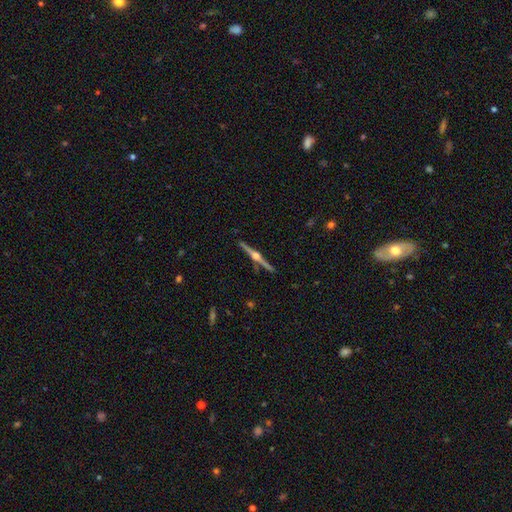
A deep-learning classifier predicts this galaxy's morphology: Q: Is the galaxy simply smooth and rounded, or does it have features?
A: featured or disk — 86%.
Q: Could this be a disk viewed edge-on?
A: yes — 99%.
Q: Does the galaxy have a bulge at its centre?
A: rounded — 95%.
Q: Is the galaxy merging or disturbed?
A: none — 91%.